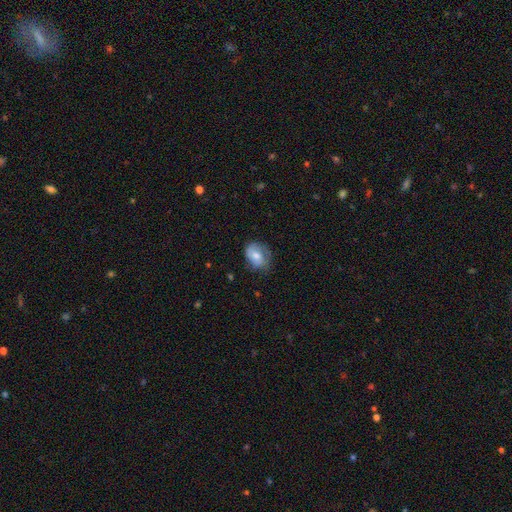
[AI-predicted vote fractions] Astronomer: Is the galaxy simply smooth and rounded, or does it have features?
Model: smooth — 56% (runner-up: featured or disk, 36%).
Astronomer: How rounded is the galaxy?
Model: in between — 57% (runner-up: round, 42%).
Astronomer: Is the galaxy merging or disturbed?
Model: none — 59%.